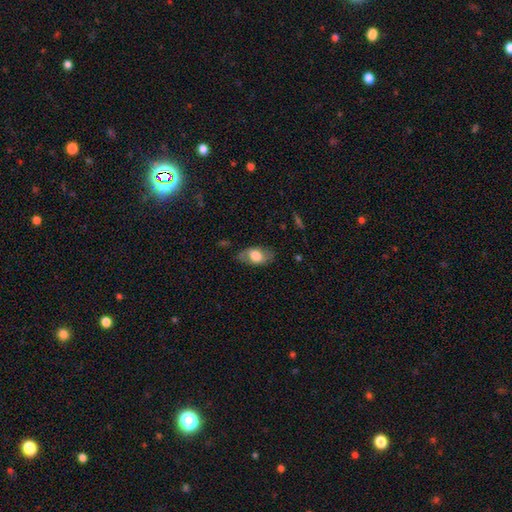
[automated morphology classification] The model was most divided on "smooth or featured": smooth: 65%, featured or disk: 28%, star or artifact: 7%. More confident: how rounded — in between (91%); merging — none (74%).